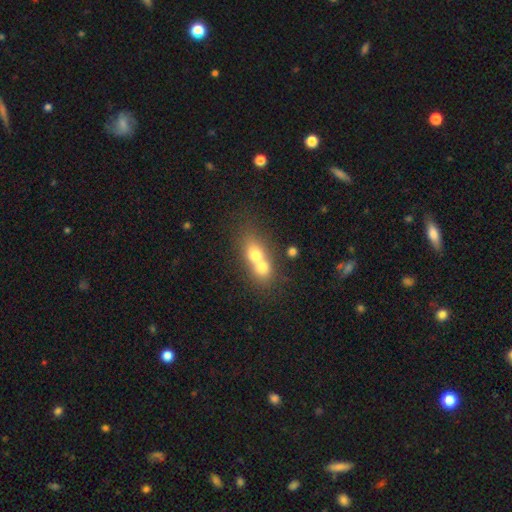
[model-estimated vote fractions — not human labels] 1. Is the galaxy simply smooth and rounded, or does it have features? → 62% smooth, 27% featured or disk, 11% star or artifact.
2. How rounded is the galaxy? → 55% in between, 37% round, 8% cigar-shaped.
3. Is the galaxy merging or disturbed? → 70% merger, 20% none, 6% minor disturbance, 4% major disturbance.